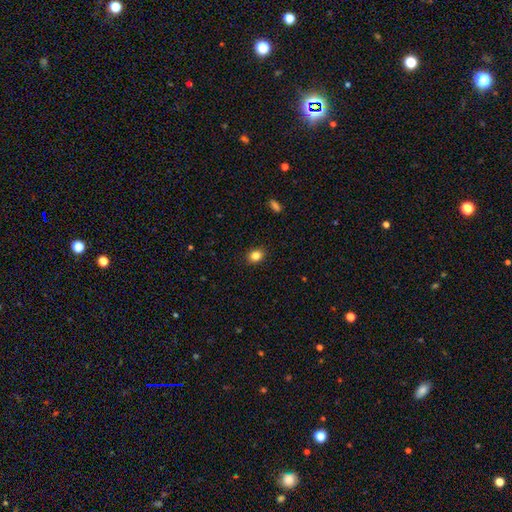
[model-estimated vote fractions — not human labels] This appears to be a smooth galaxy with no disk features (84%) that is round (54%). Merging: none (90%).